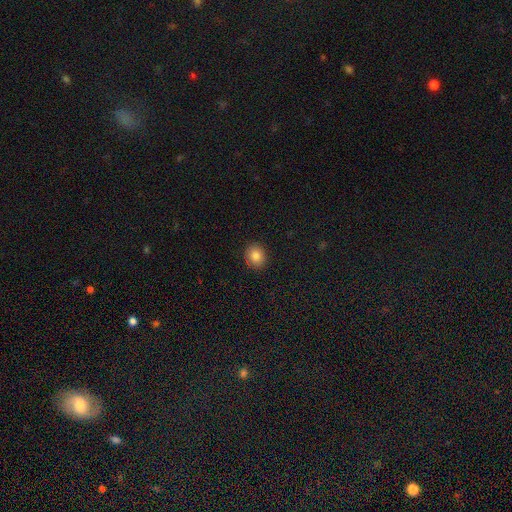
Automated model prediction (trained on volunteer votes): This appears to be a smooth galaxy with no disk features (84%) that is round (73%). Merging: none (91%).